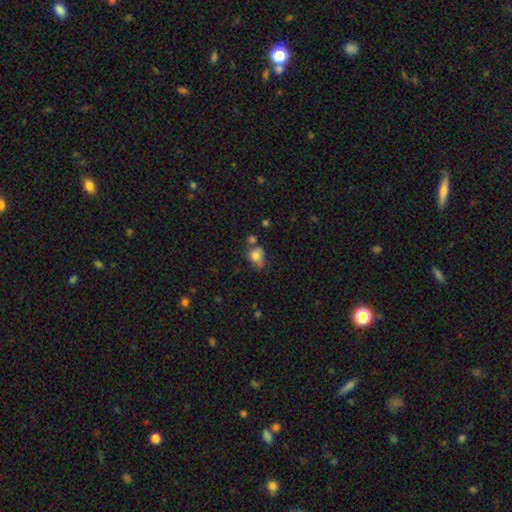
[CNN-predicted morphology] A smooth galaxy with no disk features (73%) that is round (58%). Merging: none (44%).